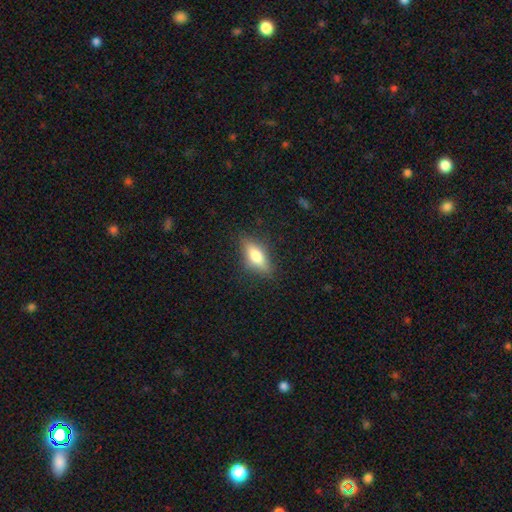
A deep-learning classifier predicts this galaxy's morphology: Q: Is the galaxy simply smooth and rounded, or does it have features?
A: smooth — 69%.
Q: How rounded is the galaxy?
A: in between — 68%.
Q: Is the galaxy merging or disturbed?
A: none — 83%.